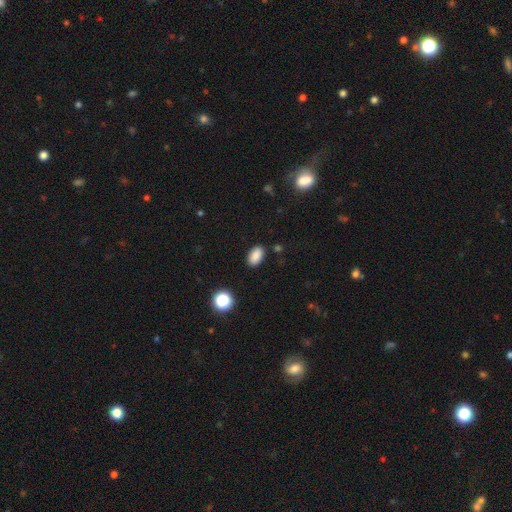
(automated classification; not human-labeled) smooth_or_featured: smooth (p=0.86) [alt: star or artifact p=0.10]
how_rounded: in between (p=0.91) [alt: round p=0.08]
merging: none (p=0.87) [alt: minor disturbance p=0.09]